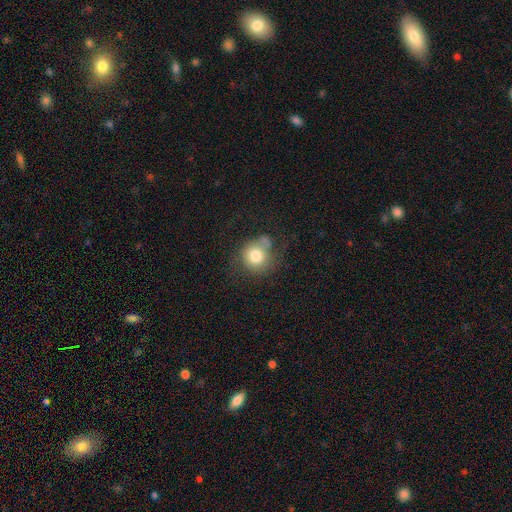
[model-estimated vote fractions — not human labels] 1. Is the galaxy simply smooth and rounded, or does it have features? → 77% smooth, 14% featured or disk, 9% star or artifact.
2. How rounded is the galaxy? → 83% round, 16% in between, 1% cigar-shaped.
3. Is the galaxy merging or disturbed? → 52% none, 24% minor disturbance, 16% major disturbance, 9% merger.